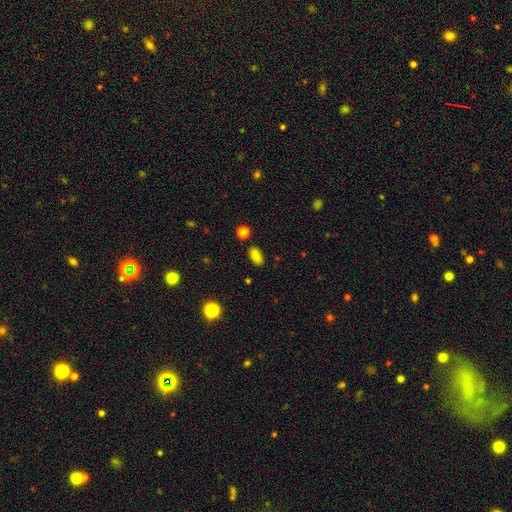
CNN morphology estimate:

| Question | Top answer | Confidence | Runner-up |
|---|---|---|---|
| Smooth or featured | smooth | 85% | star or artifact (11%) |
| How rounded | in between | 90% | round (6%) |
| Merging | none | 84% | minor disturbance (10%) |